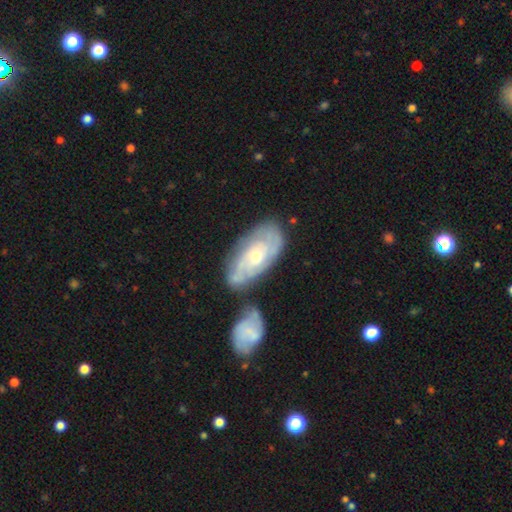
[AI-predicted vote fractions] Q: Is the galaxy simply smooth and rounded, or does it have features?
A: featured or disk — 73%.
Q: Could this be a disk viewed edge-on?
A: no — 93%.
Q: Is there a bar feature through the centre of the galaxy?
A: no — 73%.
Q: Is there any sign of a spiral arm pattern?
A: yes — 86%.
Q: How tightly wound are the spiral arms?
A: tight — 64%.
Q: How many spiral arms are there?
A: can't tell — 46%.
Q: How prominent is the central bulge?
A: moderate — 53%.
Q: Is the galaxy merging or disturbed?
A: none — 53%.